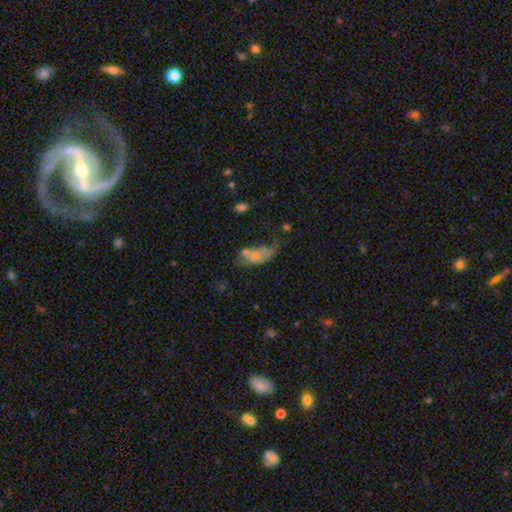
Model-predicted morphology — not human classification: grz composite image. It shows a smooth galaxy with no disk features (50%) that is in between round and cigar-shaped (85%). Merging: major disturbance (34%).